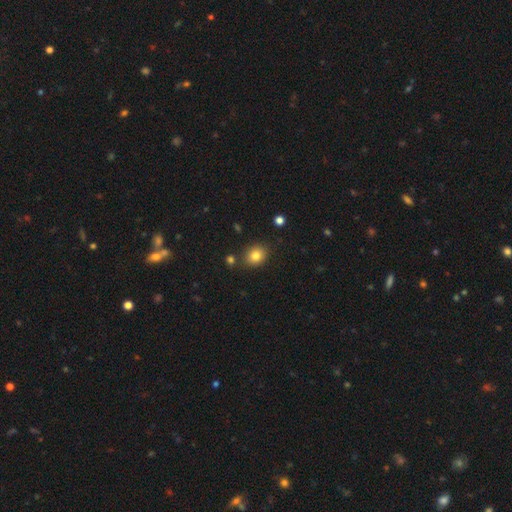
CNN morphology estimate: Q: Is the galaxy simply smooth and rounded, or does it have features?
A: smooth — 82%.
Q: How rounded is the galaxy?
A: round — 57%.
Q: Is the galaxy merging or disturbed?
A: none — 83%.